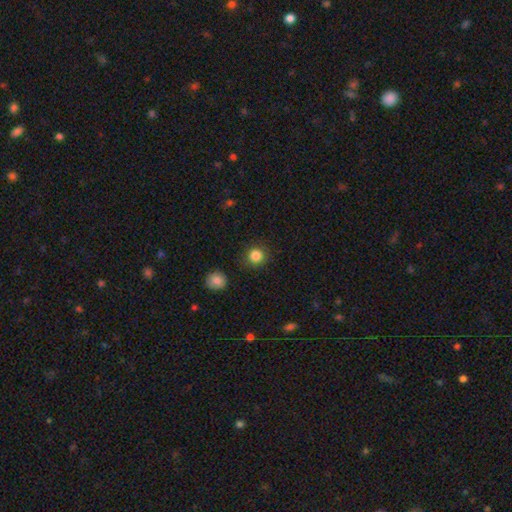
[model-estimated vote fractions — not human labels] Morphology: type=smooth (85%); roundness=round (92%); merging=none (88%).